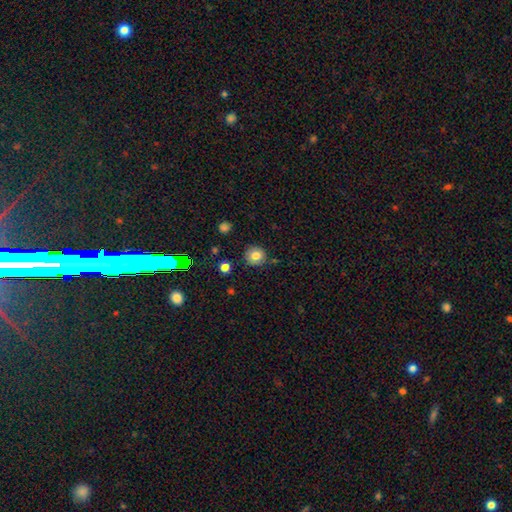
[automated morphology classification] Smooth or featured? Predicted: smooth (p=0.81). How rounded? Predicted: round (p=0.91). Merging? Predicted: none (p=0.82).